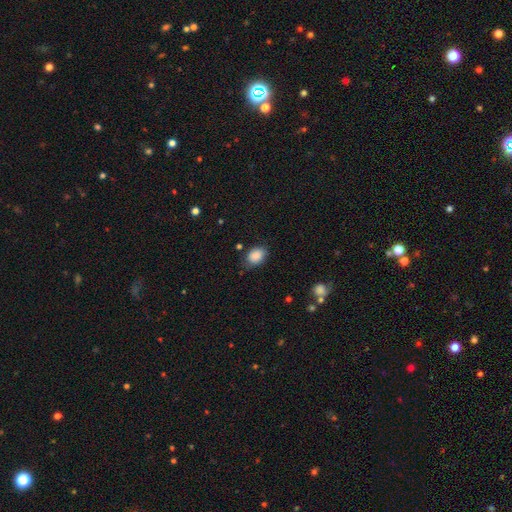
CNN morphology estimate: This appears to be a smooth galaxy with no disk features (87%) that is in between round and cigar-shaped (75%). Merging: none (74%).